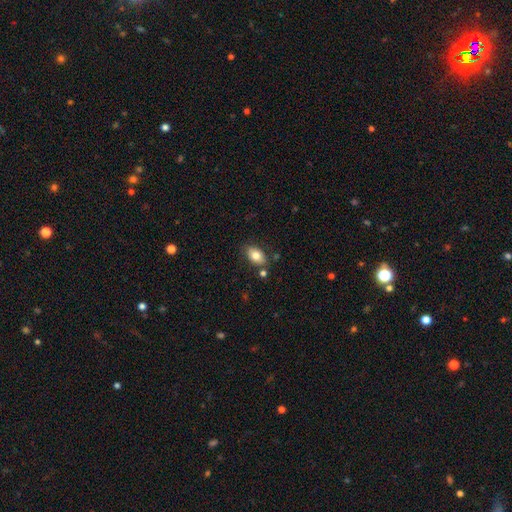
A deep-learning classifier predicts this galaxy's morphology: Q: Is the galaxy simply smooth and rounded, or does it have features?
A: smooth — 80%.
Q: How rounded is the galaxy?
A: in between — 90%.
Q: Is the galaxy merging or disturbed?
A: none — 79%.